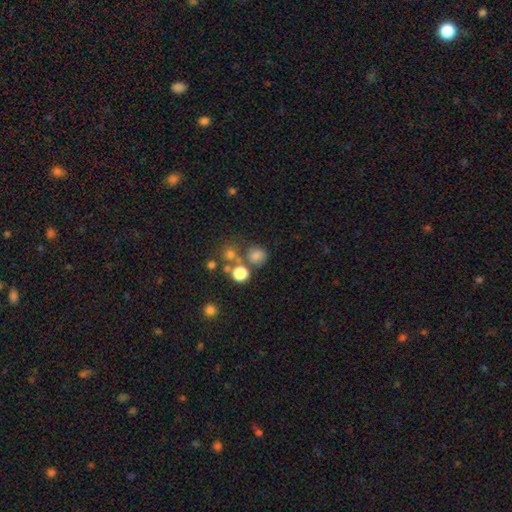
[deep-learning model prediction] smooth_or_featured: smooth (p=0.72) [alt: star or artifact p=0.20]
how_rounded: round (p=0.85) [alt: in between p=0.14]
merging: none (p=0.65) [alt: merger p=0.19]